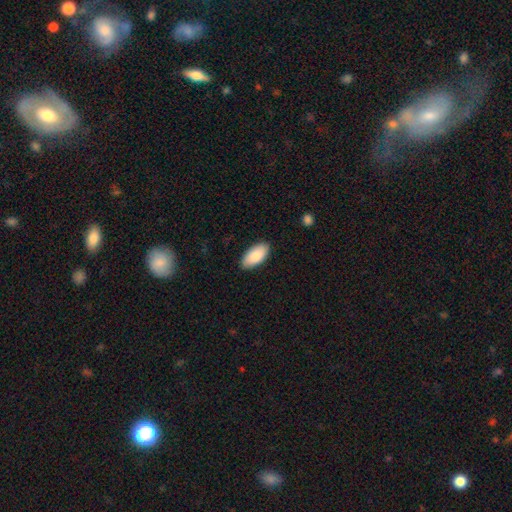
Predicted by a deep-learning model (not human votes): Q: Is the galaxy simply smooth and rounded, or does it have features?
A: smooth — 88%.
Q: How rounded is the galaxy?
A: in between — 94%.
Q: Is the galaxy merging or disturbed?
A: none — 87%.